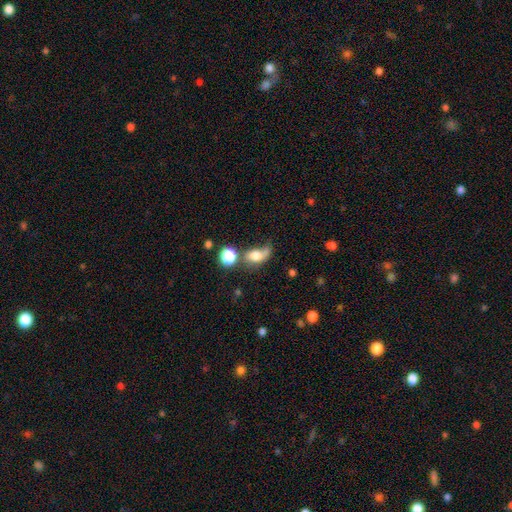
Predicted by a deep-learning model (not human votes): The model was most divided on "merging": none: 29%, major disturbance: 26%, minor disturbance: 25%, merger: 20%. More confident: how rounded — in between (70%); smooth or featured — smooth (63%).